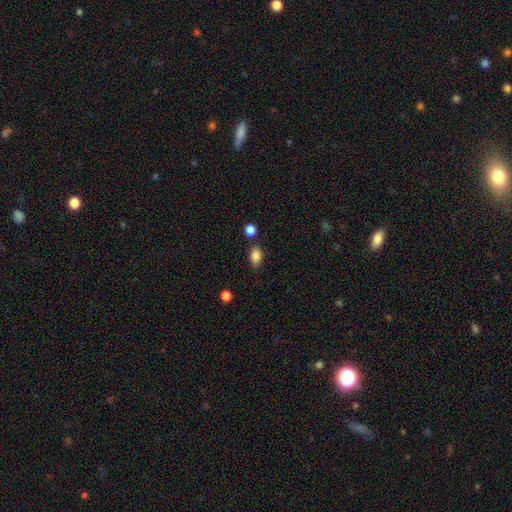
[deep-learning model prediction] Morphology: type=smooth (85%); roundness=in between (88%); merging=none (79%).